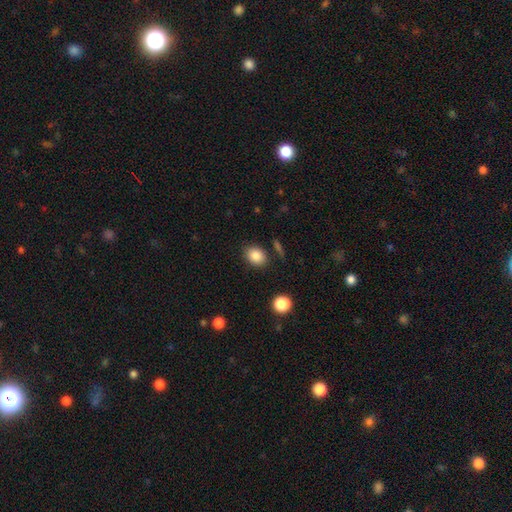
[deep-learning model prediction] This is clearly a smooth galaxy (86%). How rounded: possibly in between (58%). Merging: clearly none (83%).